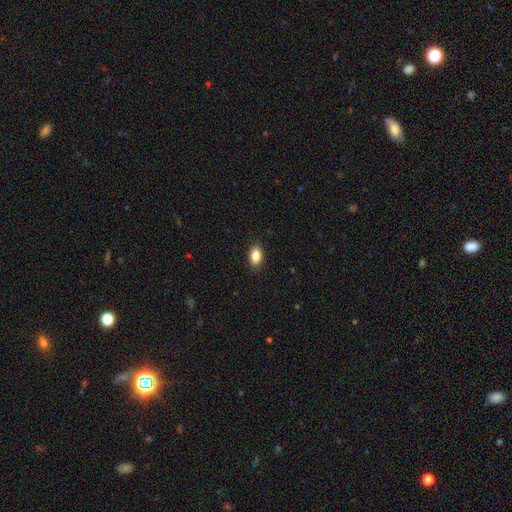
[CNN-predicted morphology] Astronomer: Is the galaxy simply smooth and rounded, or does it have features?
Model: smooth — 86%.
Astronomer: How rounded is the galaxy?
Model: in between — 89%.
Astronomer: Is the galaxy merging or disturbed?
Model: none — 89%.